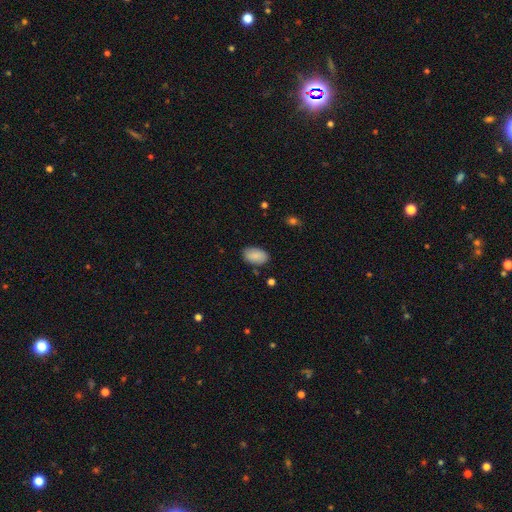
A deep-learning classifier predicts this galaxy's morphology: A smooth galaxy with no disk features (87%) that is in between round and cigar-shaped (93%).

Vote fractions:
- Smooth or featured? smooth: 87% / star or artifact: 7% / featured or disk: 6%
- How rounded? in between: 93% / round: 5% / cigar-shaped: 1%
- Merging? none: 83% / minor disturbance: 12% / major disturbance: 3% / merger: 2%